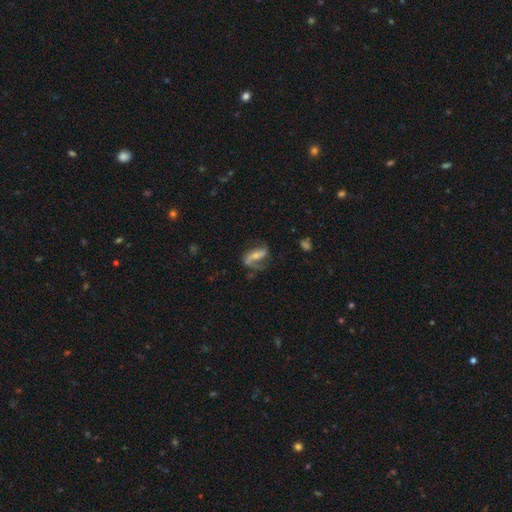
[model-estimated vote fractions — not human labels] smooth_or_featured: featured or disk (p=0.73) [alt: smooth p=0.20]
disk_edge_on: no (p=0.93) [alt: yes p=0.07]
bar: strong (p=0.46) [alt: weak p=0.29]
has_spiral_arms: yes (p=0.90) [alt: no p=0.10]
spiral_winding: loose (p=0.52) [alt: medium p=0.33]
spiral_arm_count: 2 (p=0.71) [alt: 1 p=0.21]
bulge_size: small (p=0.52) [alt: moderate p=0.38]
merging: none (p=0.55) [alt: minor disturbance p=0.22]